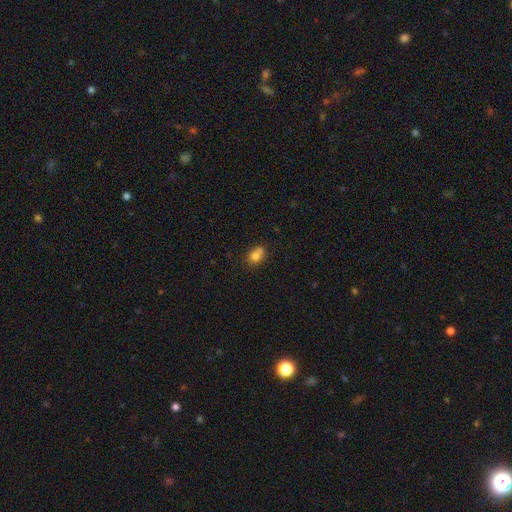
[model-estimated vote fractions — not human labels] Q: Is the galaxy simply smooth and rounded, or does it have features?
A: smooth — 75%.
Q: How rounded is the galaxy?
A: round — 58%.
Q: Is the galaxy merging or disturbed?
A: merger — 43%.